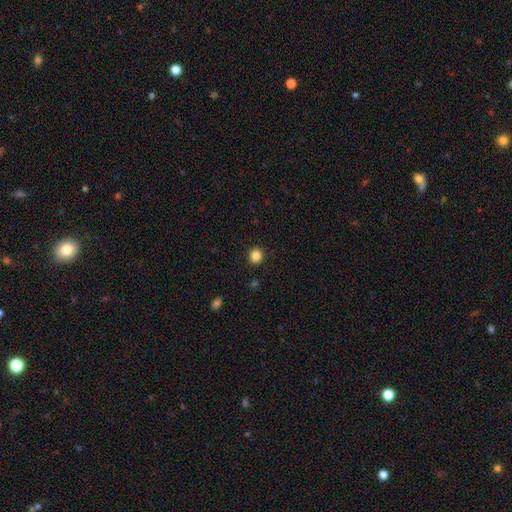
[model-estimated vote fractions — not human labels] smooth-or-featured: smooth: 85% | star or artifact: 11% | featured or disk: 4%
  how-rounded: round: 85% | in between: 14% | cigar-shaped: 1%
  merging: none: 92% | minor disturbance: 5% | major disturbance: 2% | merger: 1%